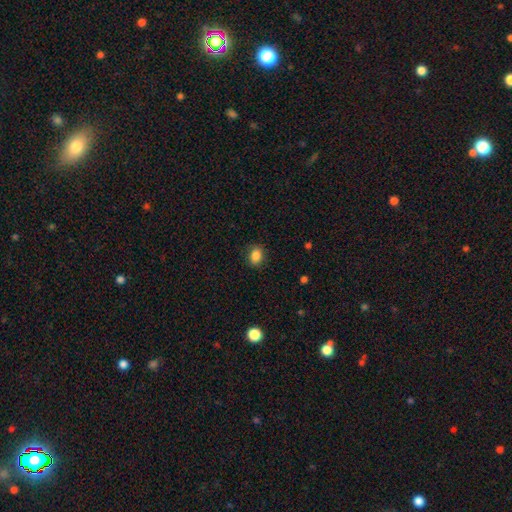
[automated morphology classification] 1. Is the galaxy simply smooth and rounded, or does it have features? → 86% smooth, 10% star or artifact, 4% featured or disk.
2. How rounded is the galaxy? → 63% in between, 36% round, 1% cigar-shaped.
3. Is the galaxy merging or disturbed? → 85% none, 11% minor disturbance, 3% major disturbance, 1% merger.